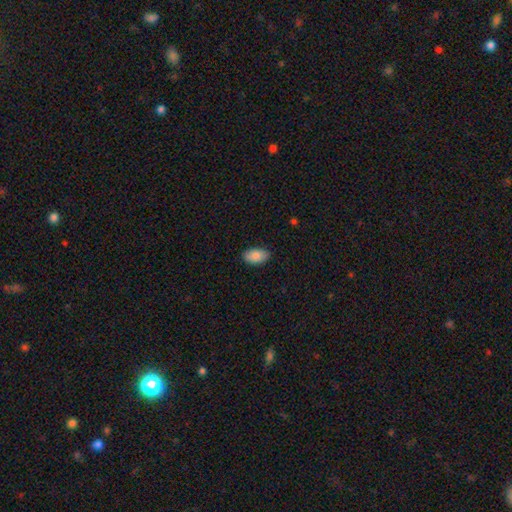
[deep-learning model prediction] This is clearly a smooth galaxy (87%). How rounded: clearly in between (94%). Merging: clearly none (87%).